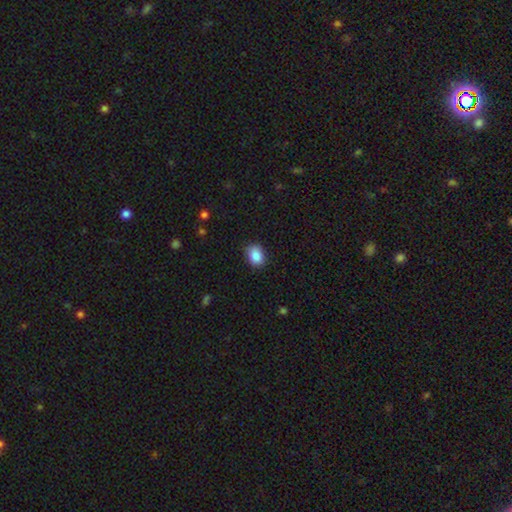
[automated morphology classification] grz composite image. It shows a smooth galaxy with no disk features (88%) that is in between round and cigar-shaped (68%). Merging: none (84%).